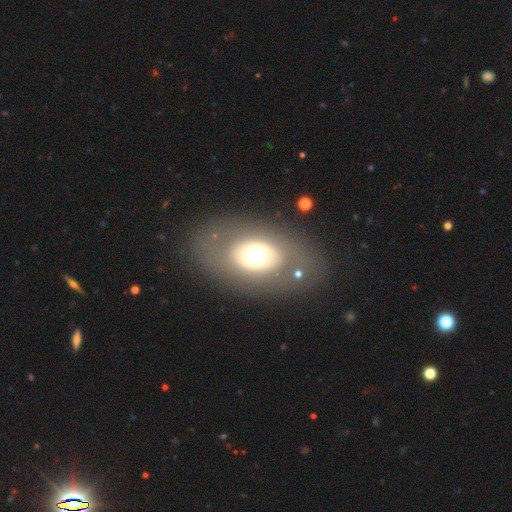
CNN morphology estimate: Q: Smooth or featured?
A: smooth (55%); runner-up: featured or disk (33%)
Q: How rounded?
A: in between (78%); runner-up: round (20%)
Q: Merging?
A: none (78%); runner-up: minor disturbance (11%)